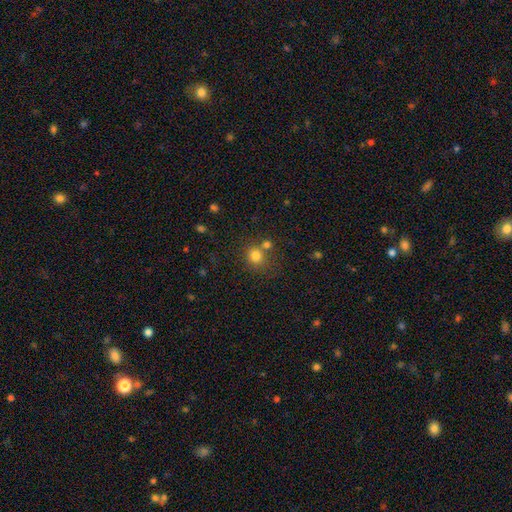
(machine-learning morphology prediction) smooth 78%, star or artifact 14%, featured or disk 8%. Down the decision tree: how rounded — round (83%); merging — none (60%).